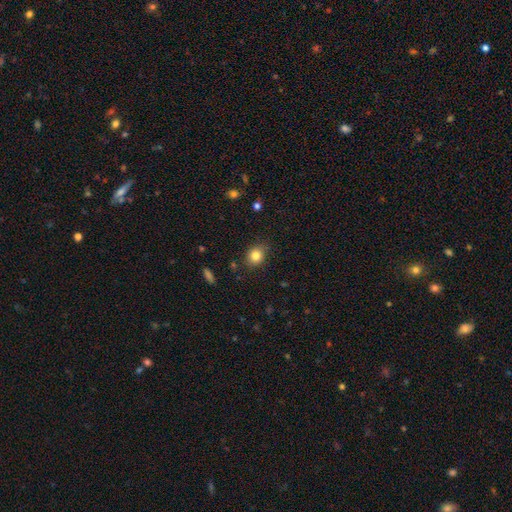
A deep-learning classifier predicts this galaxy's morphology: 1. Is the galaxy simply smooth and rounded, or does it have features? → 82% smooth, 11% star or artifact, 7% featured or disk.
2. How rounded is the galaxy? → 61% round, 38% in between, 1% cigar-shaped.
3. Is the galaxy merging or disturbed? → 80% none, 15% minor disturbance, 3% major disturbance, 2% merger.